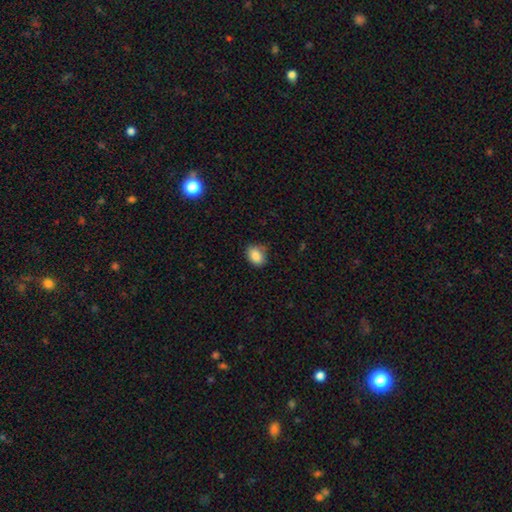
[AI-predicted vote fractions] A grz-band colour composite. It shows a smooth galaxy with no disk features (86%) that is in between round and cigar-shaped (73%). Merging: none (71%).